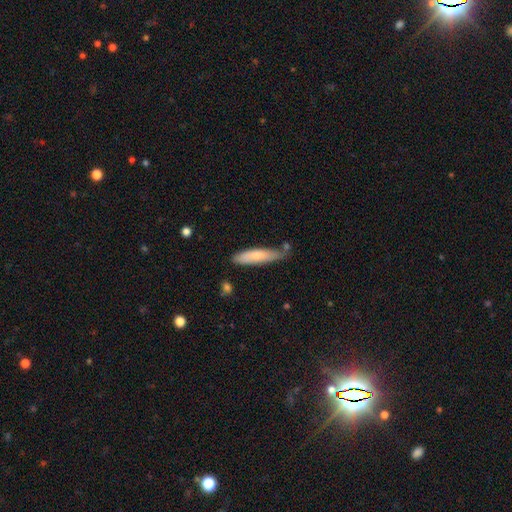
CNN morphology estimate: A smooth galaxy with no disk features (74%) that is cigar-shaped (77%).

Vote fractions:
- Smooth or featured? smooth: 74% / featured or disk: 21% / star or artifact: 6%
- How rounded? cigar-shaped: 77% / in between: 22% / round: 1%
- Merging? none: 63% / minor disturbance: 25% / merger: 7% / major disturbance: 5%